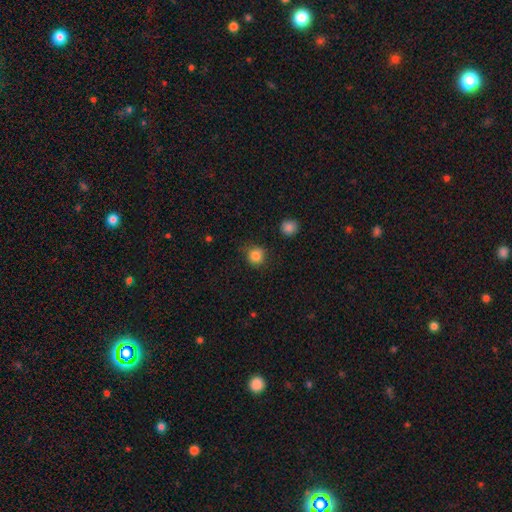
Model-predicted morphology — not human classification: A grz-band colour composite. It shows a smooth galaxy with no disk features (85%) that is round (91%). Merging: none (82%).